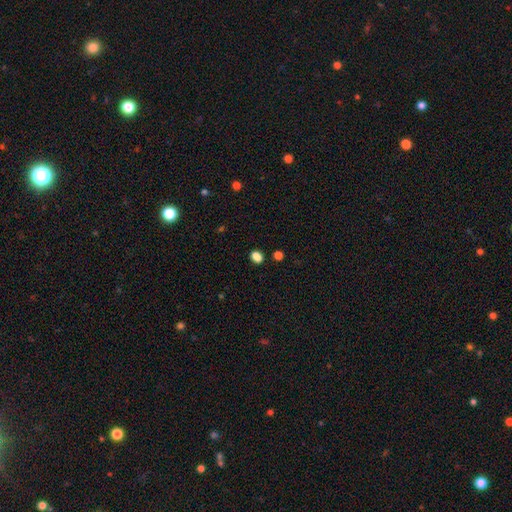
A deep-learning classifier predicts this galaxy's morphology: Q: Smooth or featured?
A: smooth (79%); runner-up: star or artifact (17%)
Q: How rounded?
A: in between (61%); runner-up: round (38%)
Q: Merging?
A: none (81%); runner-up: minor disturbance (10%)